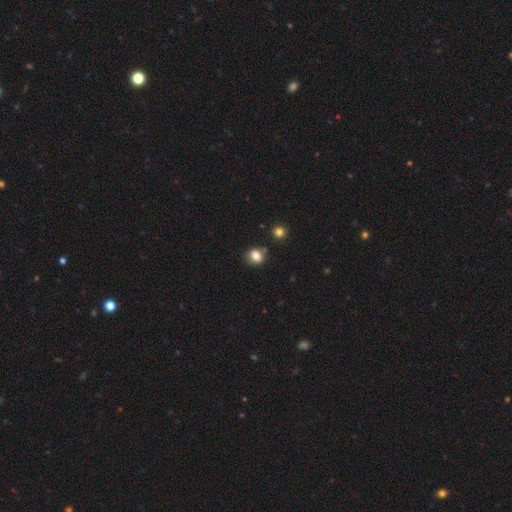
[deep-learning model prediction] Smooth or featured?
  - smooth: 81% *
  - star or artifact: 12%
  - featured or disk: 7%
How rounded?
  - round: 67% *
  - in between: 32%
  - cigar-shaped: 1%
Merging?
  - none: 78% *
  - minor disturbance: 12%
  - merger: 7%
  - major disturbance: 3%